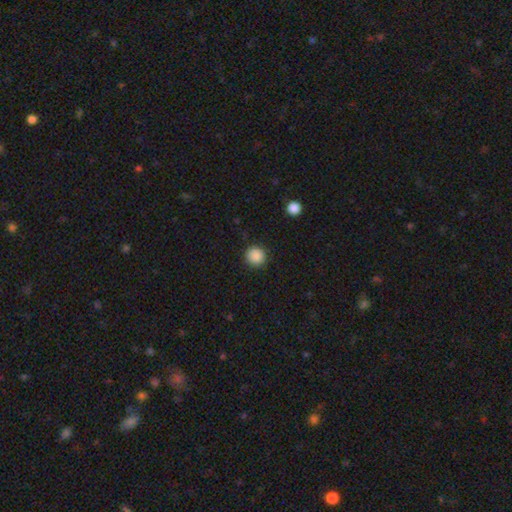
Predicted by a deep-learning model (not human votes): This appears to be a smooth galaxy with no disk features (88%) that is round (93%). Merging: none (90%).